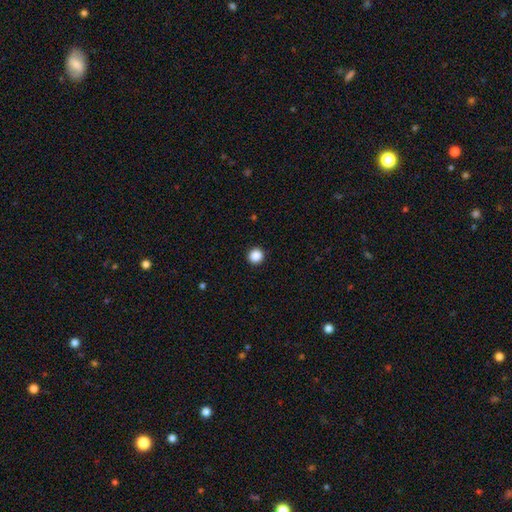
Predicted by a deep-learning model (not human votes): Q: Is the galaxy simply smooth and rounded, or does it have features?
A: smooth — 87%.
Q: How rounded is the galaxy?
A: round — 94%.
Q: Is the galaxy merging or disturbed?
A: none — 93%.